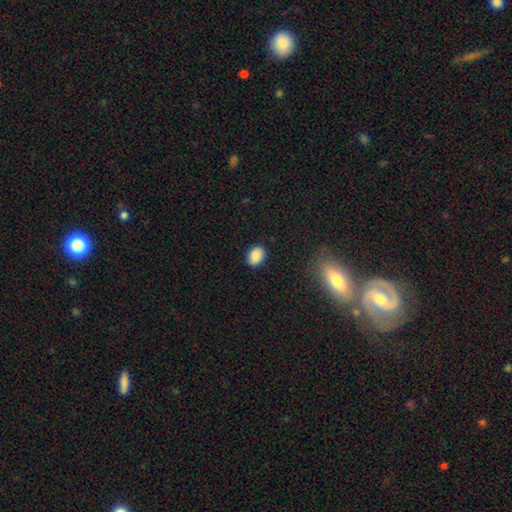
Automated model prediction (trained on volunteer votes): A smooth galaxy with no disk features (86%) that is in between round and cigar-shaped (68%). Merging: none (86%).